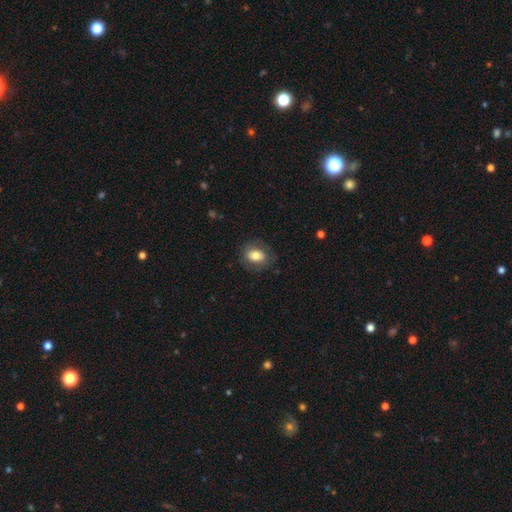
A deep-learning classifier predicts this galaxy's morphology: smooth-or-featured: smooth: 76% | featured or disk: 16% | star or artifact: 8%
  how-rounded: in between: 68% | round: 31% | cigar-shaped: 1%
  merging: none: 80% | minor disturbance: 13% | major disturbance: 6% | merger: 1%